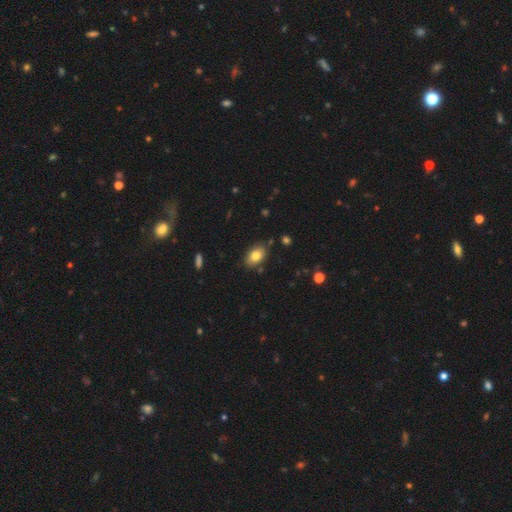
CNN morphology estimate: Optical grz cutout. It shows a smooth galaxy with no disk features (81%) that is in between round and cigar-shaped (89%). Merging: none (83%).